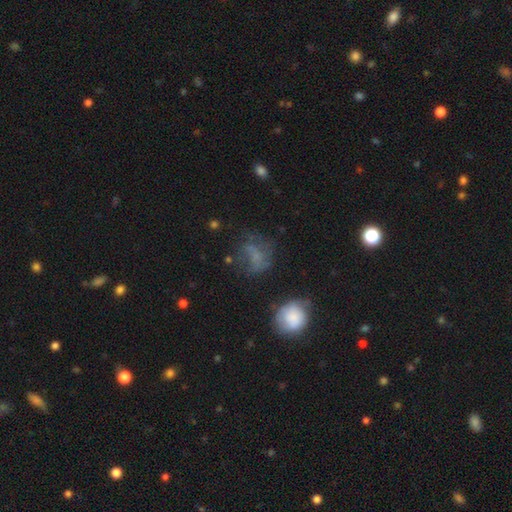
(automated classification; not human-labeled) The model was most divided on "smooth or featured": smooth: 48%, featured or disk: 30%, star or artifact: 22%. Remaining: merging — none (49%).